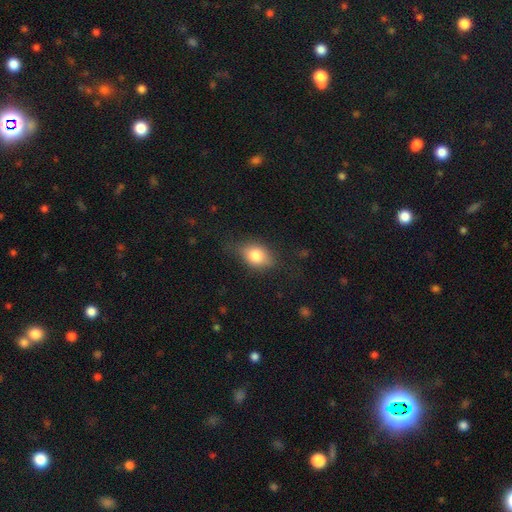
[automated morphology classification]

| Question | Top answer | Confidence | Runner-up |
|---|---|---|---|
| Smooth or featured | smooth | 76% | featured or disk (15%) |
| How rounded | in between | 71% | round (27%) |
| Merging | none | 68% | minor disturbance (23%) |